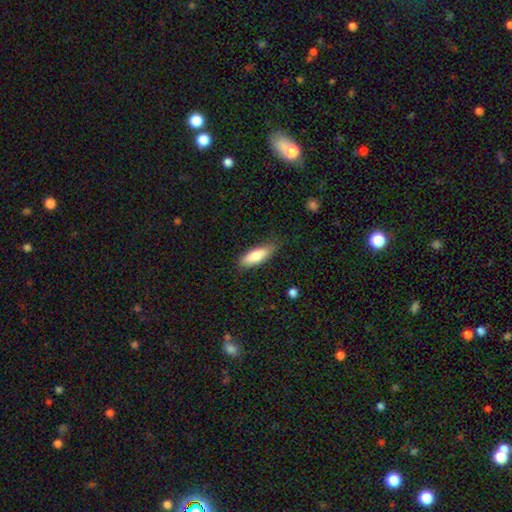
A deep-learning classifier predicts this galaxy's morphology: type=smooth (80%); roundness=in between (59%); merging=none (77%).